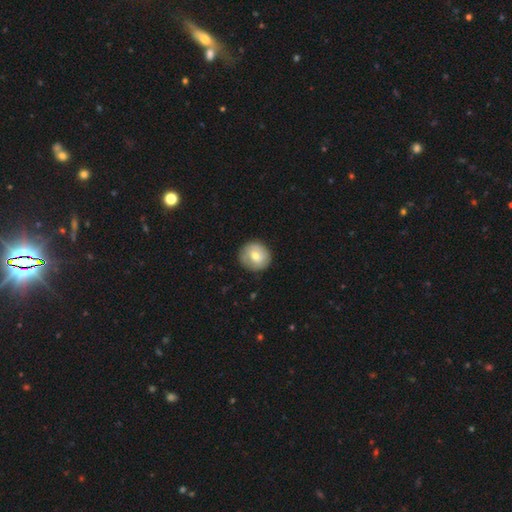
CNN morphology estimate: smooth 64%, featured or disk 29%, star or artifact 7%. Down the decision tree: how rounded — round (90%); merging — none (85%).